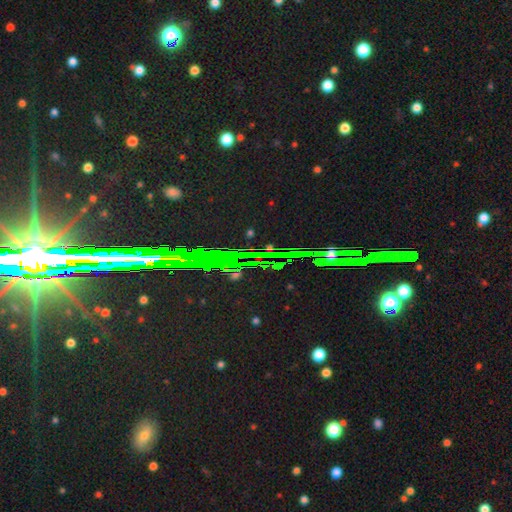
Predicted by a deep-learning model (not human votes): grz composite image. It shows a star or artifact, not a galaxy (81%).